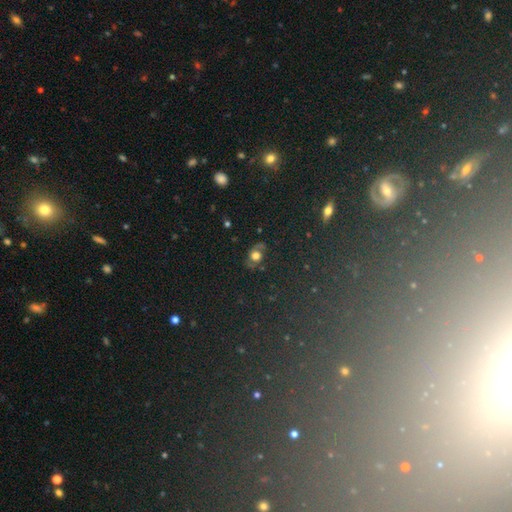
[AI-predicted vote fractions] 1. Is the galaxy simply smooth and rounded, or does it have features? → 47% smooth, 39% featured or disk, 14% star or artifact.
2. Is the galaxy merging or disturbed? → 70% none, 19% minor disturbance, 8% major disturbance, 3% merger.